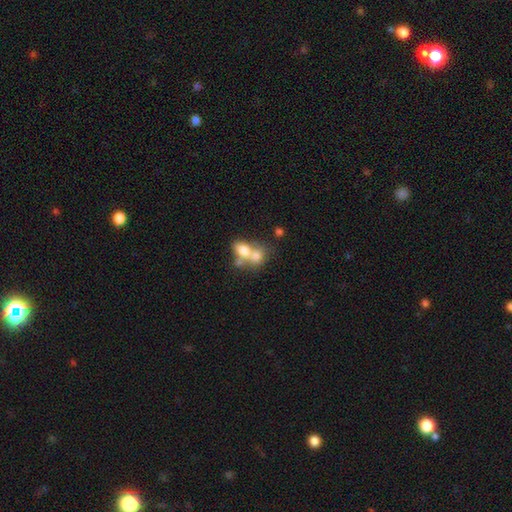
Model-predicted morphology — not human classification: smooth_or_featured: smooth (p=0.69) [alt: featured or disk p=0.21]
how_rounded: in between (p=0.63) [alt: round p=0.36]
merging: merger (p=0.67) [alt: none p=0.21]